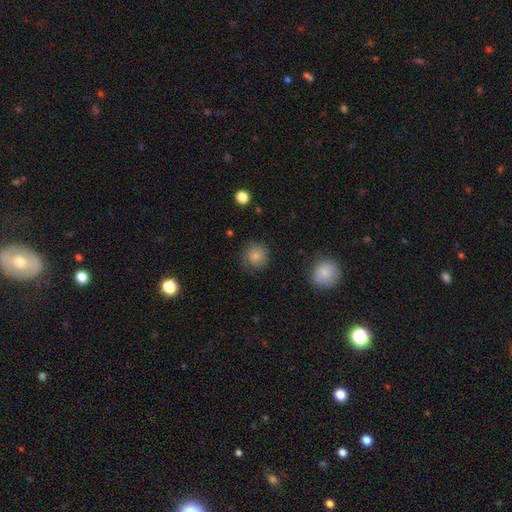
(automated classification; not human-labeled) The model was most divided on "merging": none: 81%, minor disturbance: 14%, major disturbance: 4%, merger: 1%. More confident: how rounded — round (91%); smooth or featured — smooth (82%).